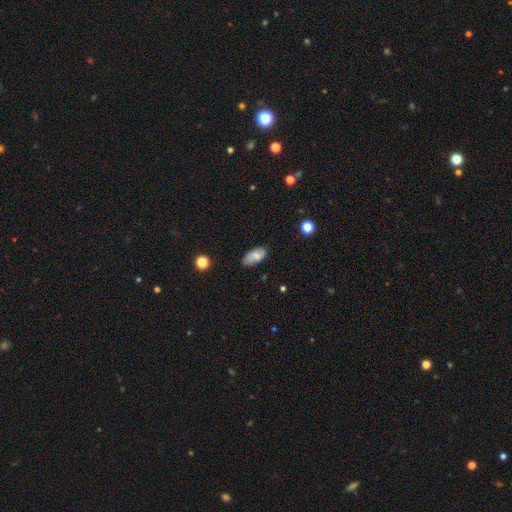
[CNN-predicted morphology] This is likely a smooth galaxy (69%). How rounded: clearly in between (92%). Merging: likely none (76%).